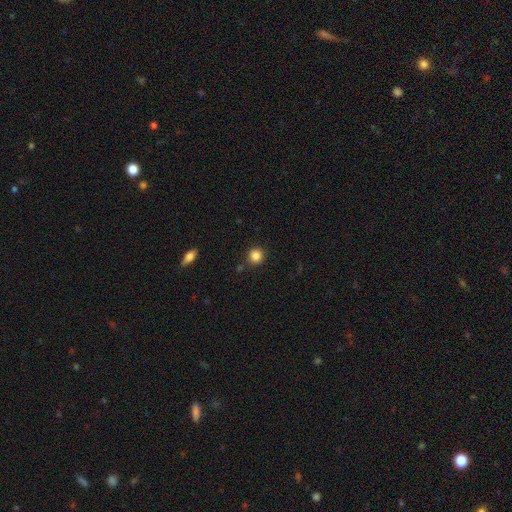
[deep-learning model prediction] smooth 85%, star or artifact 11%, featured or disk 4%. Down the decision tree: how rounded — round (93%); merging — none (88%).